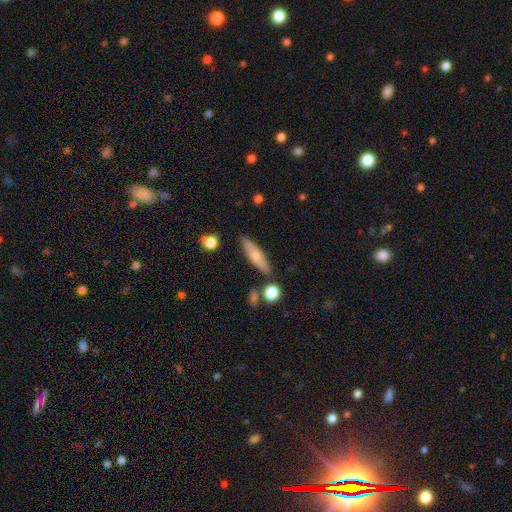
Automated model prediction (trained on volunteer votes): Smooth or featured: smooth — 63% (featured or disk — 30%)
How rounded: cigar-shaped — 66% (in between — 31%)
Merging: none — 81% (minor disturbance — 12%)